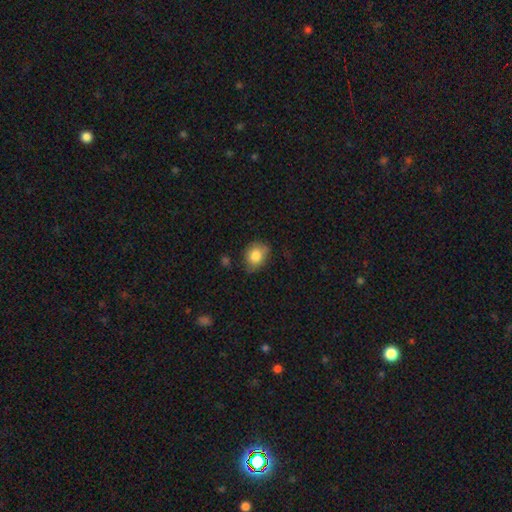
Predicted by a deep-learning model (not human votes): smooth-or-featured: smooth: 82% | featured or disk: 10% | star or artifact: 8%
  how-rounded: round: 52% | in between: 47% | cigar-shaped: 1%
  merging: none: 65% | minor disturbance: 26% | major disturbance: 6% | merger: 3%